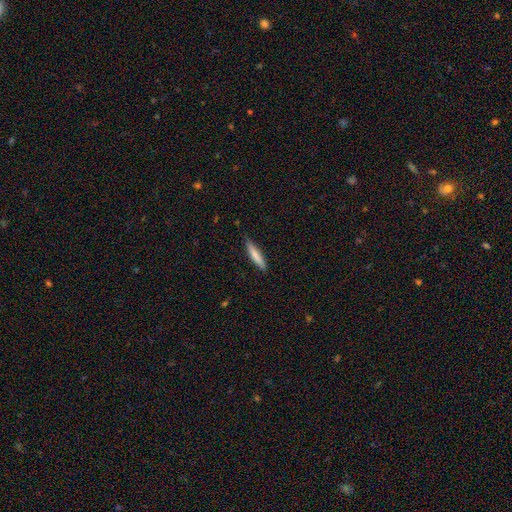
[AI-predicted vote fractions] A smooth galaxy with no disk features (77%) that is cigar-shaped (88%).

Vote fractions:
- Smooth or featured? smooth: 77% / featured or disk: 17% / star or artifact: 6%
- How rounded? cigar-shaped: 88% / in between: 10% / round: 1%
- Merging? none: 86% / minor disturbance: 11% / major disturbance: 2% / merger: 1%